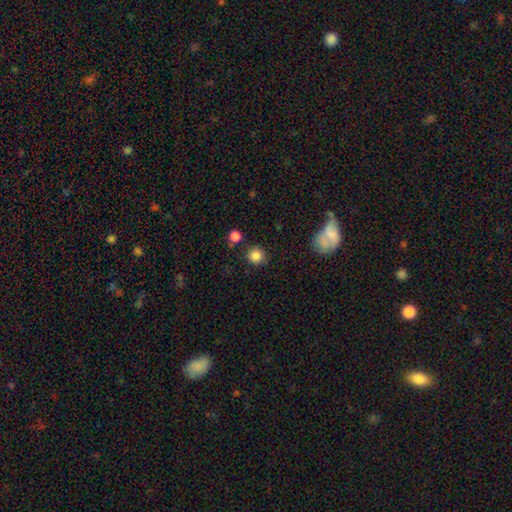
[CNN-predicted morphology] smooth_or_featured: smooth (p=0.85) [alt: star or artifact p=0.11]
how_rounded: round (p=0.91) [alt: in between p=0.08]
merging: none (p=0.84) [alt: minor disturbance p=0.09]